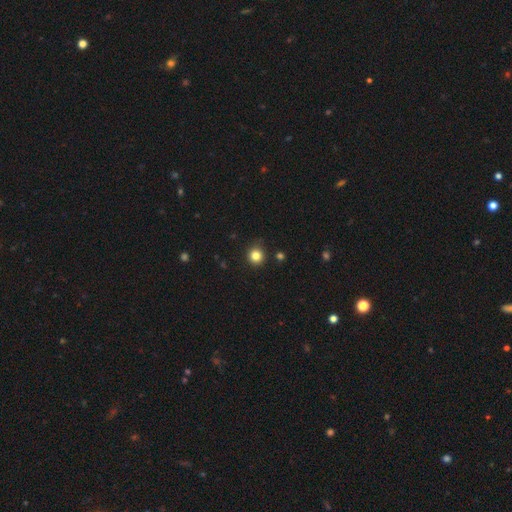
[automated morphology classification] smooth_or_featured: smooth (p=0.83) [alt: star or artifact p=0.13]
how_rounded: round (p=0.92) [alt: in between p=0.07]
merging: none (p=0.87) [alt: minor disturbance p=0.09]